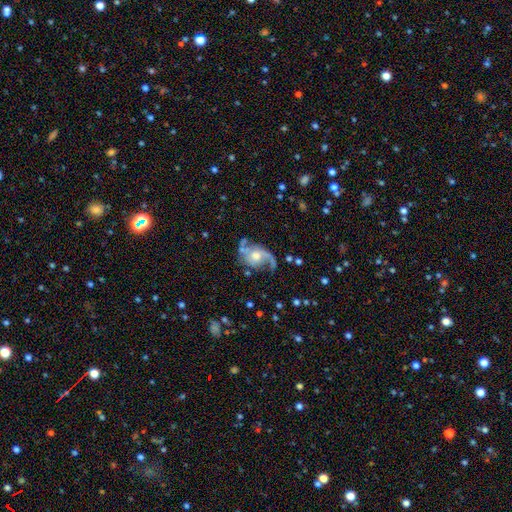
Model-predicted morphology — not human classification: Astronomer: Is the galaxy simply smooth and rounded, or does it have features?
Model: featured or disk — 80%.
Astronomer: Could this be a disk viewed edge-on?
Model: no — 97%.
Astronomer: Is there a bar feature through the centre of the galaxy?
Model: no — 67%.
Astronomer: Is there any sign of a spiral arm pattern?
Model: yes — 92%.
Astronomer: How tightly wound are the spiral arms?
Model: loose — 47% (runner-up: medium, 40%).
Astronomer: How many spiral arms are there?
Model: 2 — 67%.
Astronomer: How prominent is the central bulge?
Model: moderate — 61%.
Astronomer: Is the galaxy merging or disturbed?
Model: none — 53%.